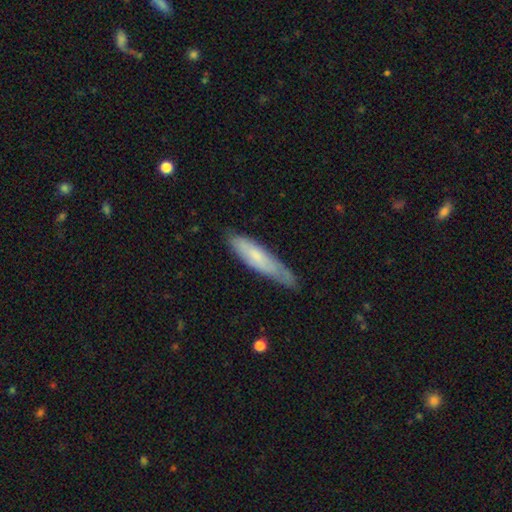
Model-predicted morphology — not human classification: Smooth or featured?
  - smooth: 64% *
  - featured or disk: 30%
  - star or artifact: 6%
How rounded?
  - cigar-shaped: 78% *
  - in between: 21%
  - round: 1%
Merging?
  - none: 66% *
  - minor disturbance: 27%
  - major disturbance: 5%
  - merger: 2%